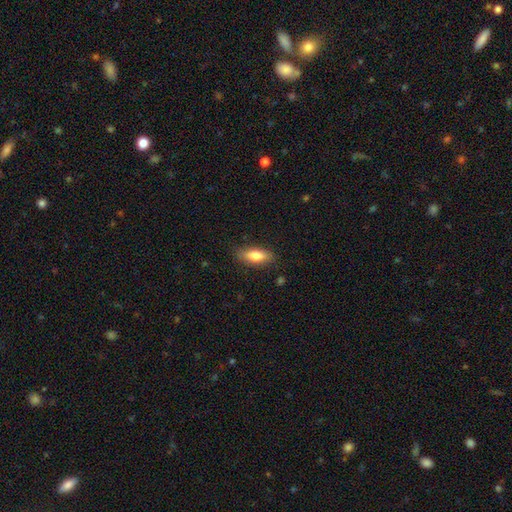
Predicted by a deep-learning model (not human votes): Smooth or featured? Predicted: smooth (p=0.75). How rounded? Predicted: in between (p=0.71). Merging? Predicted: none (p=0.83).